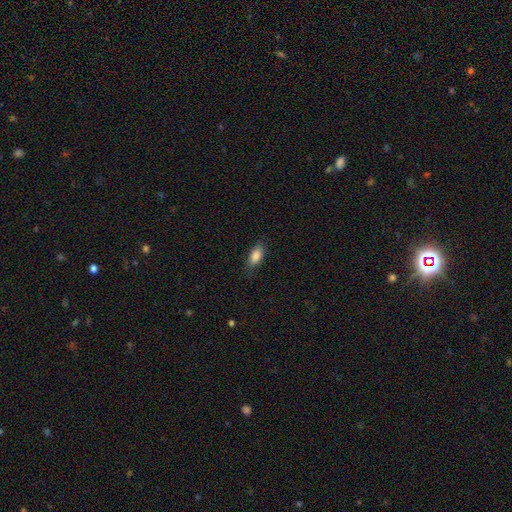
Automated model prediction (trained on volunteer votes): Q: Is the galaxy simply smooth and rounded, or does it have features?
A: smooth — 85%.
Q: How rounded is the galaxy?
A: in between — 86%.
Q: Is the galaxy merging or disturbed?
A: none — 81%.